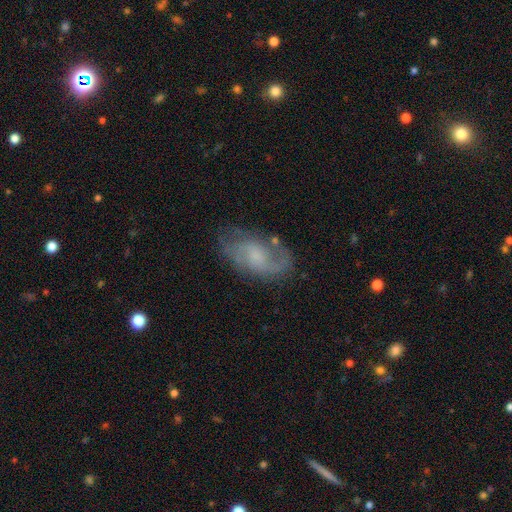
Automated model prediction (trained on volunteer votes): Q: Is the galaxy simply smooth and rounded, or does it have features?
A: featured or disk — 68%.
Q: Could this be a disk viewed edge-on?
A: no — 95%.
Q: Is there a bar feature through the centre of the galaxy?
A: no — 61%.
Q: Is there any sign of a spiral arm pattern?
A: yes — 87%.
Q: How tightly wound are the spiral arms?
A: medium — 45%.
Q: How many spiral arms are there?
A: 2 — 66%.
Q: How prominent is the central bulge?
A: small — 43%.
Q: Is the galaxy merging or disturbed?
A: none — 67%.